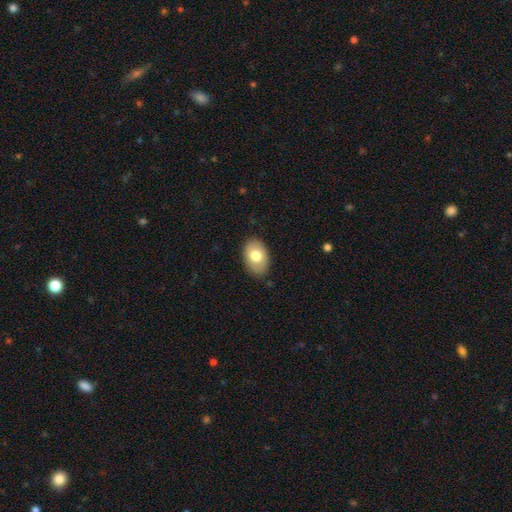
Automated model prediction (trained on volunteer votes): Smooth or featured? Predicted: smooth (p=0.73). How rounded? Predicted: in between (p=0.86). Merging? Predicted: none (p=0.85).